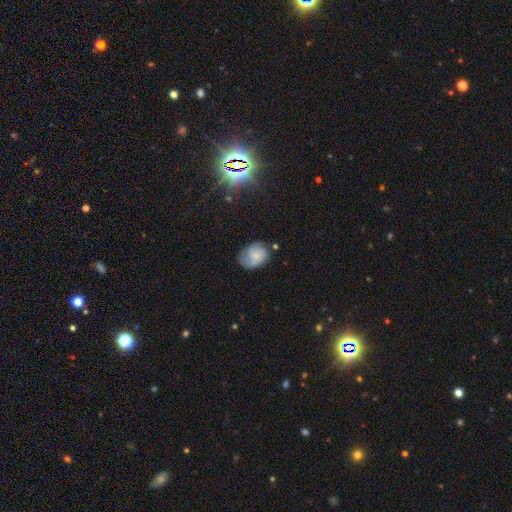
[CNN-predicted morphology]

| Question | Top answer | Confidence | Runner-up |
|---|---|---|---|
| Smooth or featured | smooth | 54% | featured or disk (37%) |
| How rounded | in between | 61% | round (38%) |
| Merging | none | 57% | minor disturbance (28%) |